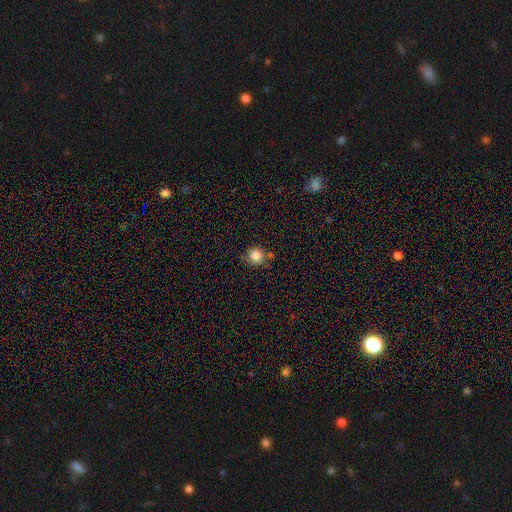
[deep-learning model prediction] Q: Smooth or featured?
A: smooth (85%); runner-up: star or artifact (11%)
Q: How rounded?
A: round (92%); runner-up: in between (7%)
Q: Merging?
A: none (73%); runner-up: minor disturbance (14%)